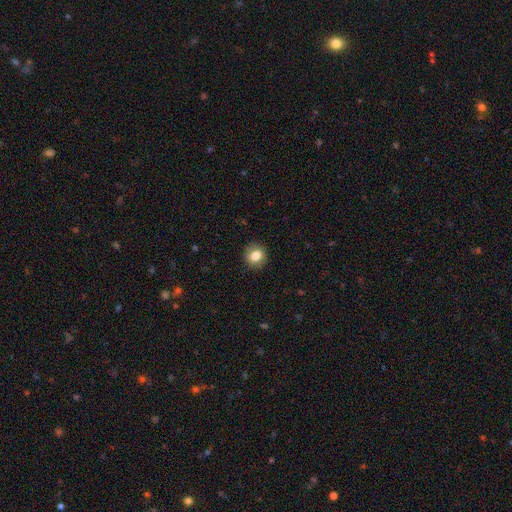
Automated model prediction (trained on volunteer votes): Smooth or featured: smooth — 81% (featured or disk — 10%)
How rounded: round — 85% (in between — 14%)
Merging: none — 89% (minor disturbance — 7%)